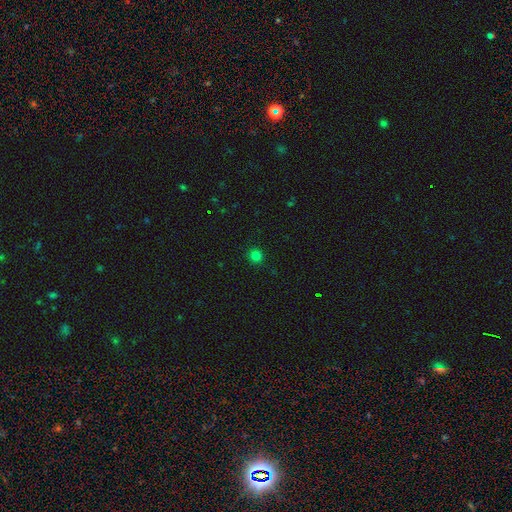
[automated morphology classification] Smooth or featured?
  - smooth: 79% *
  - star or artifact: 17%
  - featured or disk: 4%
How rounded?
  - round: 92% *
  - in between: 7%
  - cigar-shaped: 1%
Merging?
  - none: 92% *
  - minor disturbance: 5%
  - major disturbance: 2%
  - merger: 1%